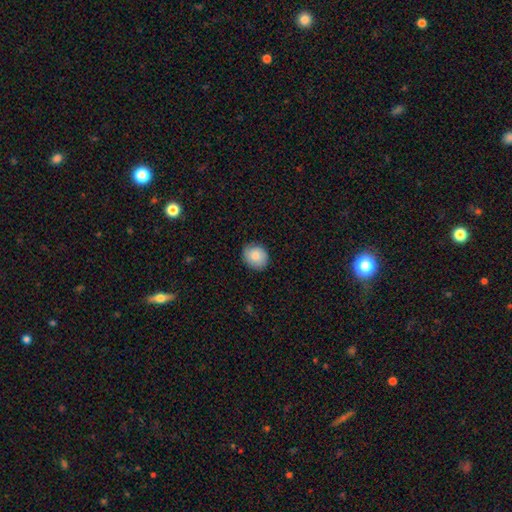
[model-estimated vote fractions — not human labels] Overall: smooth (81%). How rounded: round (74%). Merging: none (83%).